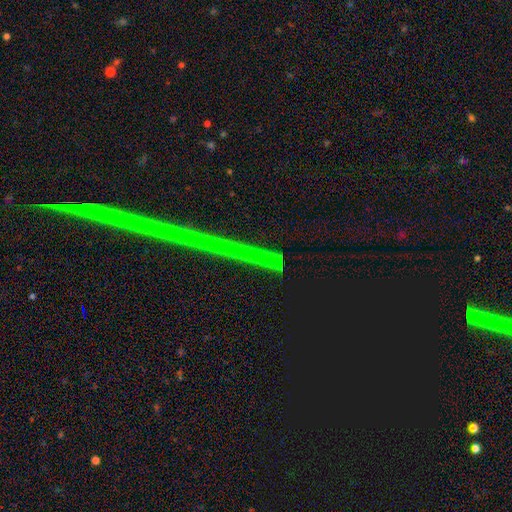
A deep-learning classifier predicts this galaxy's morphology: type=star or artifact (85%).